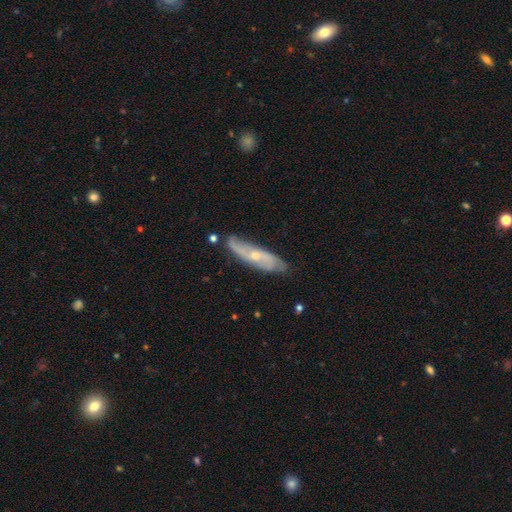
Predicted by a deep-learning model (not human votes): Overall: featured or disk (73%). Edge-on disk: no (71%). Bar: no (63%; weak 29%). Spiral arms: yes (89%). Bulge size: small (60%; moderate 36%). Merging: none (73%).